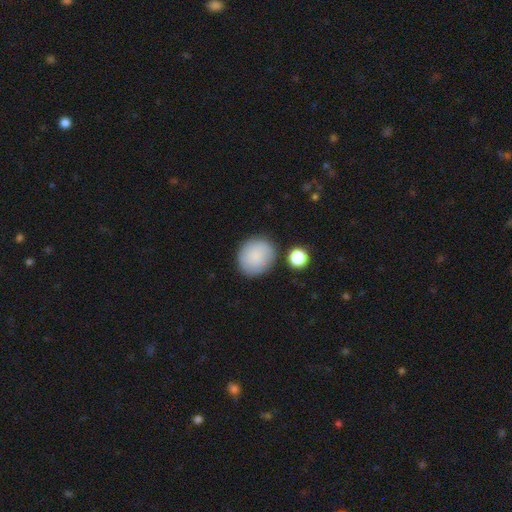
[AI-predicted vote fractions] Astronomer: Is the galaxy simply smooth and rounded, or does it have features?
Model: smooth — 85%.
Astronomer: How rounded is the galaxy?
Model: round — 80%.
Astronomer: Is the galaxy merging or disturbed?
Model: none — 80%.